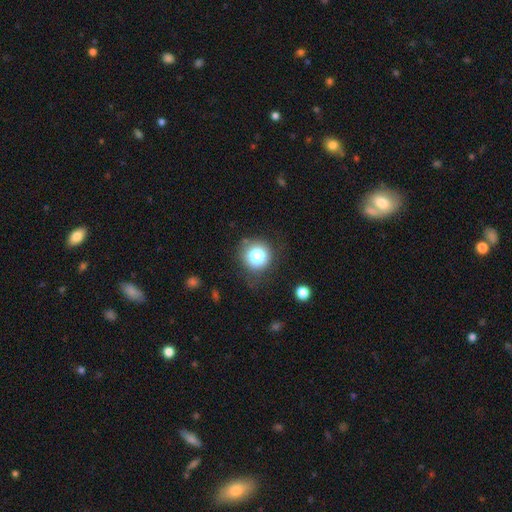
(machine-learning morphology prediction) This is likely a smooth galaxy (77%). How rounded: clearly round (91%). Merging: likely none (76%).